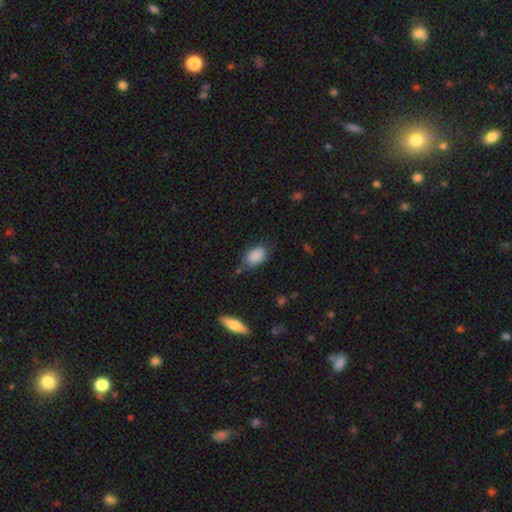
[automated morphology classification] Smooth or featured? Predicted: smooth (p=0.87). How rounded? Predicted: in between (p=0.87). Merging? Predicted: none (p=0.65).